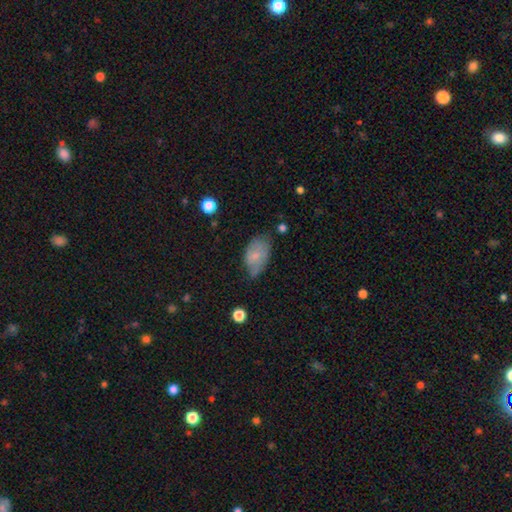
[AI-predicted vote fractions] The model was most divided on "merging": none: 49%, minor disturbance: 37%, major disturbance: 11%, merger: 3%. More confident: how rounded — in between (92%); smooth or featured — smooth (67%).